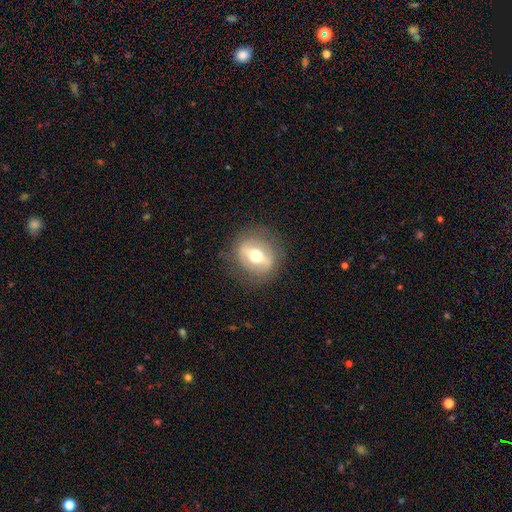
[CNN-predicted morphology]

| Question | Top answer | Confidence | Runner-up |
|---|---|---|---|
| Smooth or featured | featured or disk | 60% | smooth (33%) |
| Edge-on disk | no | 75% | yes (25%) |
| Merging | none | 82% | minor disturbance (12%) |